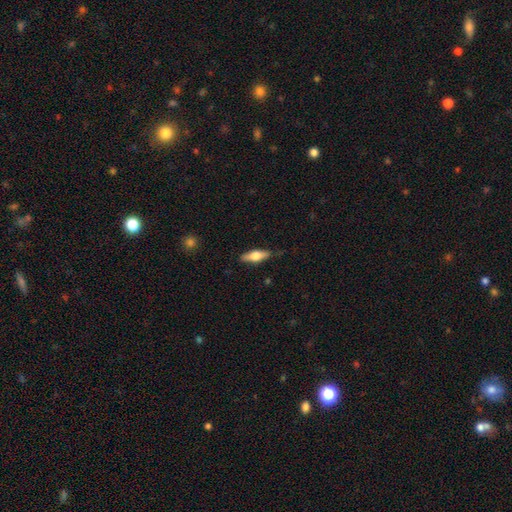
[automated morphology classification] Q: Smooth or featured?
A: smooth (57%); runner-up: featured or disk (37%)
Q: How rounded?
A: in between (56%); runner-up: cigar-shaped (42%)
Q: Merging?
A: none (80%); runner-up: minor disturbance (15%)